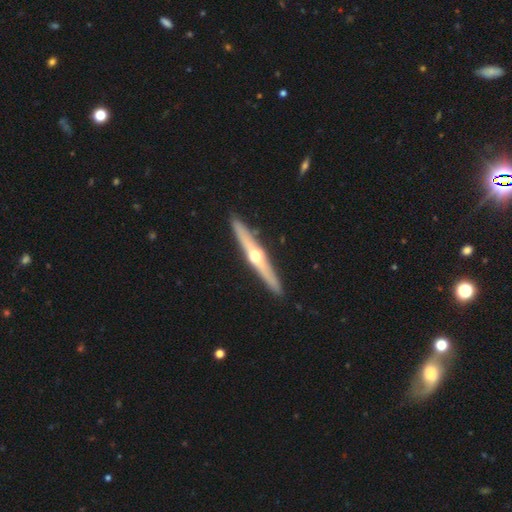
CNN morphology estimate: This is likely a featured or disk galaxy (70%). It is clearly viewed edge-on (96%). Edge-on bulge: clearly rounded (94%). Merging: clearly none (91%).